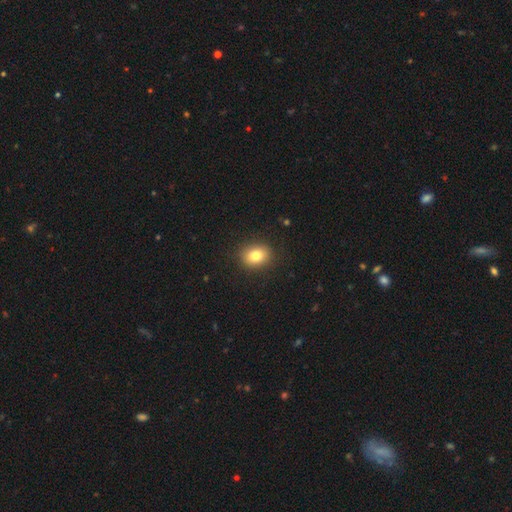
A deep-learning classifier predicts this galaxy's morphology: A smooth galaxy with no disk features (81%) that is in between round and cigar-shaped (52%). Merging: none (89%).